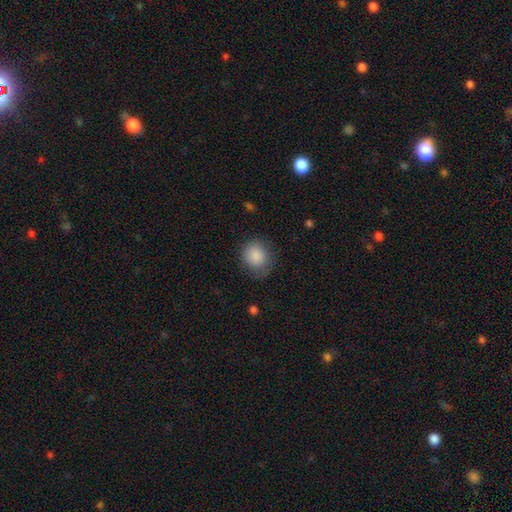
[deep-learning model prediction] A smooth galaxy with no disk features (87%) that is round (75%).

Vote fractions:
- Smooth or featured? smooth: 87% / star or artifact: 8% / featured or disk: 5%
- How rounded? round: 75% / in between: 25% / cigar-shaped: 1%
- Merging? none: 71% / minor disturbance: 21% / major disturbance: 7% / merger: 1%